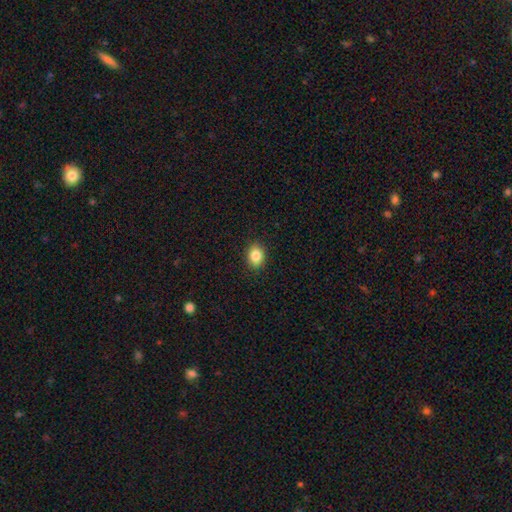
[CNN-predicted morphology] Smooth or featured: smooth — 85% (star or artifact — 9%)
How rounded: in between — 58% (round — 41%)
Merging: none — 90% (minor disturbance — 7%)